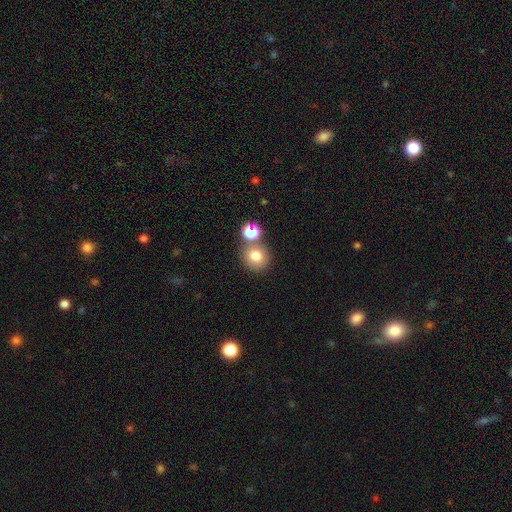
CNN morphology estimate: A smooth galaxy with no disk features (77%) that is round (84%). Merging: none (63%).